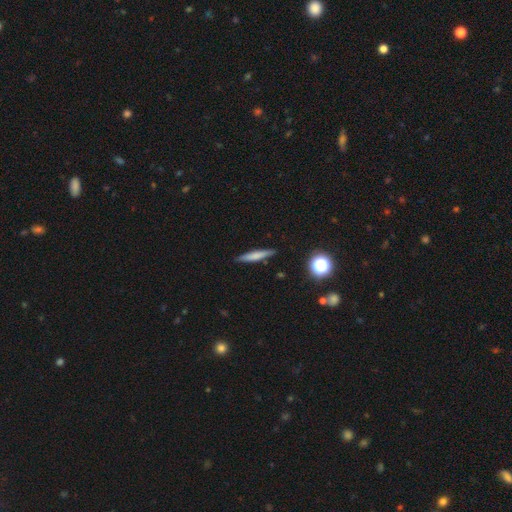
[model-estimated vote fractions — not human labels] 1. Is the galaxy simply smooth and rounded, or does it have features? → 61% smooth, 31% featured or disk, 8% star or artifact.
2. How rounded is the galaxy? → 90% cigar-shaped, 8% in between, 2% round.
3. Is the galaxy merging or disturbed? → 87% none, 9% minor disturbance, 2% major disturbance, 2% merger.